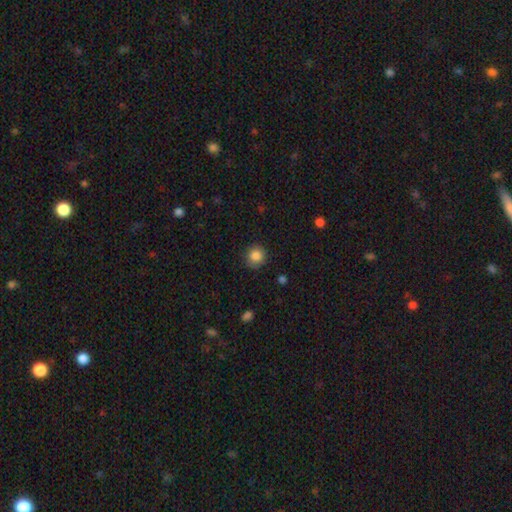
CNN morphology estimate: This appears to be a smooth galaxy with no disk features (86%) that is round (90%). Merging: none (82%).